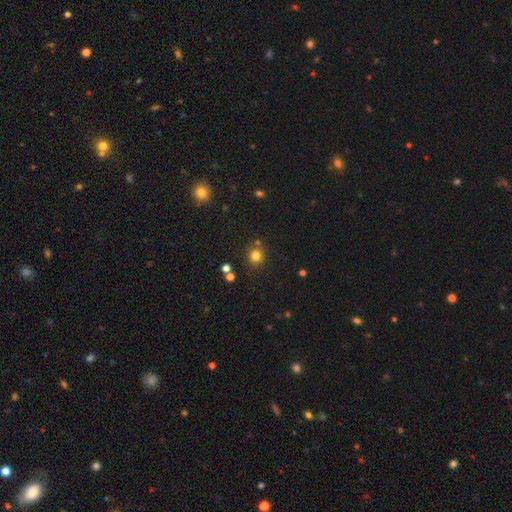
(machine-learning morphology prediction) A smooth galaxy with no disk features (78%) that is round (89%).

Vote fractions:
- Smooth or featured? smooth: 78% / star or artifact: 16% / featured or disk: 6%
- How rounded? round: 89% / in between: 10% / cigar-shaped: 1%
- Merging? none: 81% / minor disturbance: 9% / merger: 7% / major disturbance: 3%